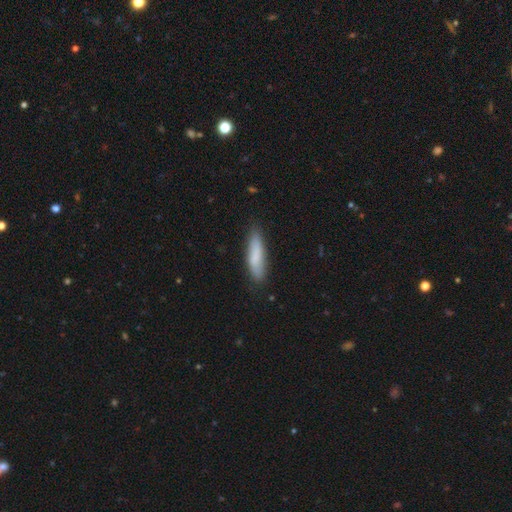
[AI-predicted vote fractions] smooth 80%, featured or disk 14%, star or artifact 6%. Down the decision tree: how rounded — cigar-shaped (73%); merging — none (80%).